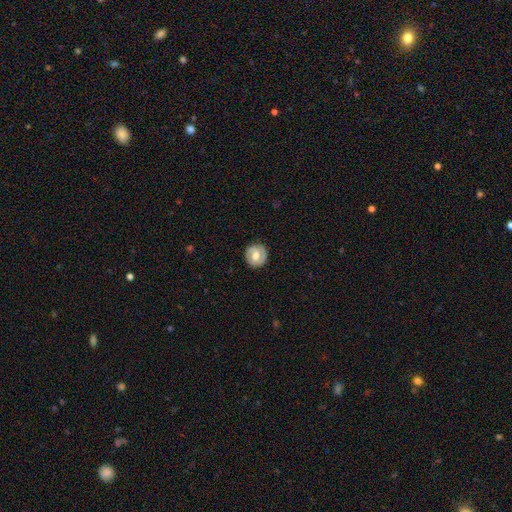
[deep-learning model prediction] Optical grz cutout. It shows a smooth galaxy with no disk features (47%, tied with featured or disk). Merging: none (87%).